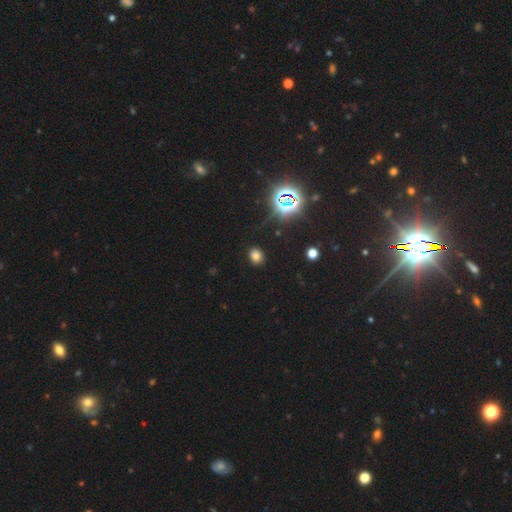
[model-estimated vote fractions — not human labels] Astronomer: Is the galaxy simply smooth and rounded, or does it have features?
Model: smooth — 71%.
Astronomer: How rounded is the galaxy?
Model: round — 56% (runner-up: in between, 43%).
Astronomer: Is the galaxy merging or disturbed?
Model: none — 87%.